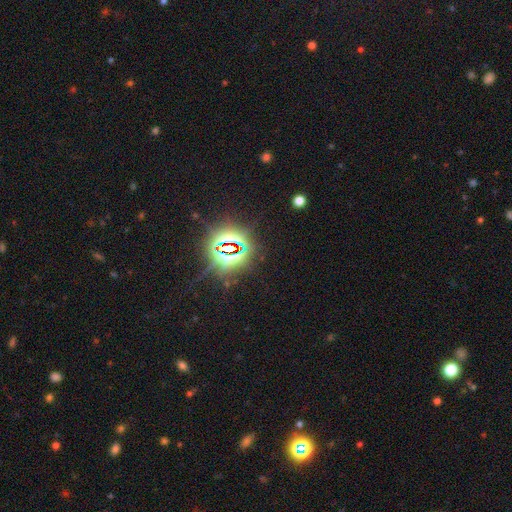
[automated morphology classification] Smooth or featured?
  - star or artifact: 84% *
  - smooth: 10%
  - featured or disk: 6%